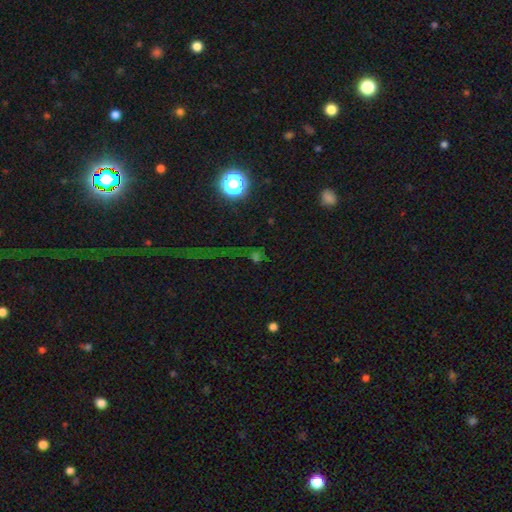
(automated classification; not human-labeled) A star or artifact, not a galaxy (61%).